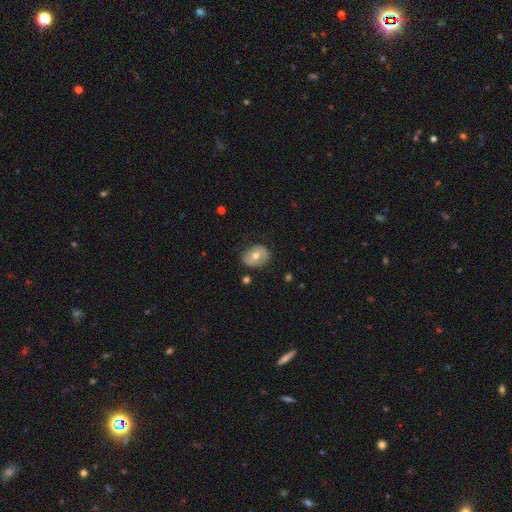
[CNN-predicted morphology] Smooth or featured? smooth (52%)
How rounded? in between (54%)
Merging? none (77%)